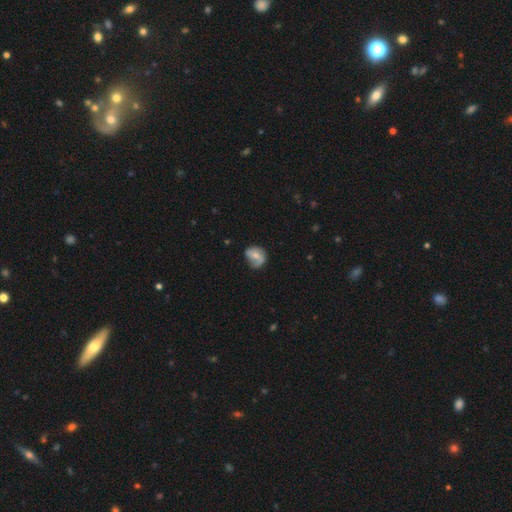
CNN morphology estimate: This is possibly a featured or disk galaxy (49%). Merging: possibly none (53%).